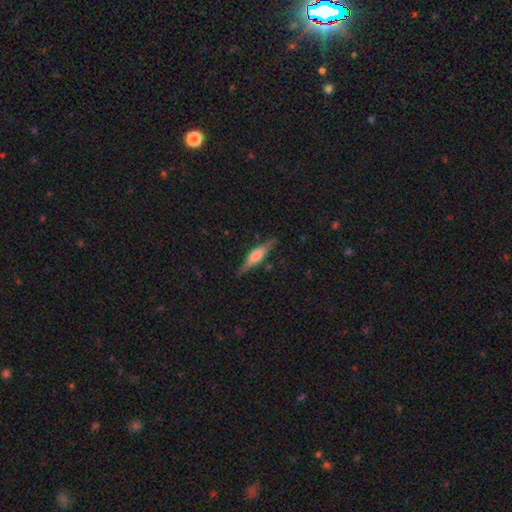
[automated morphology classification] A featured or disk galaxy (51%) viewed edge-on (91%).

Vote fractions:
- Smooth or featured? featured or disk: 51% / smooth: 43% / star or artifact: 6%
- Edge-on disk? yes: 91% / no: 9%
- Merging? none: 82% / minor disturbance: 14% / major disturbance: 3% / merger: 2%